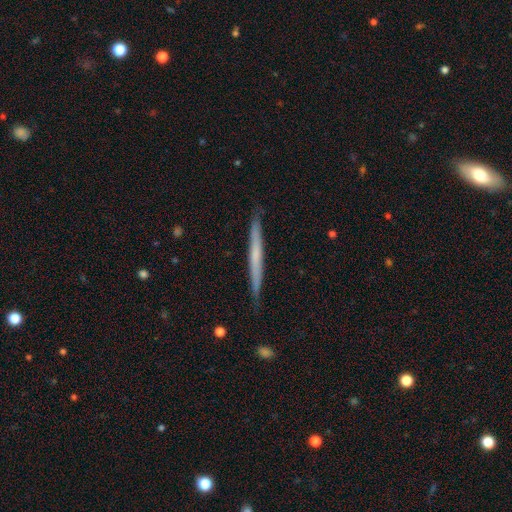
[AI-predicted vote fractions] Smooth or featured? Predicted: featured or disk (p=0.49). Merging? Predicted: none (p=0.88).